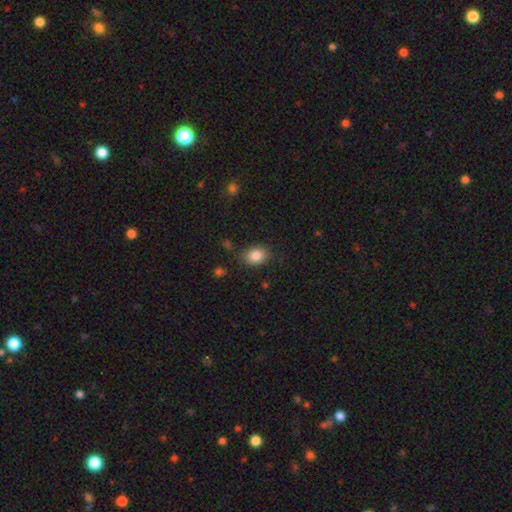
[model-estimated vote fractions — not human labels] A smooth galaxy with no disk features (84%) that is in between round and cigar-shaped (61%).

Vote fractions:
- Smooth or featured? smooth: 84% / star or artifact: 9% / featured or disk: 7%
- How rounded? in between: 61% / round: 38% / cigar-shaped: 1%
- Merging? none: 82% / minor disturbance: 12% / major disturbance: 3% / merger: 2%